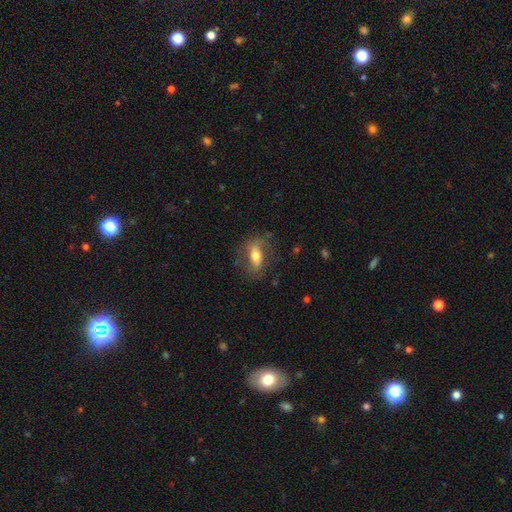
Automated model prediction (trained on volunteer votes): smooth-or-featured: smooth: 51% | featured or disk: 41% | star or artifact: 8%
  how-rounded: in between: 72% | cigar-shaped: 19% | round: 9%
  merging: none: 70% | minor disturbance: 19% | major disturbance: 10% | merger: 2%